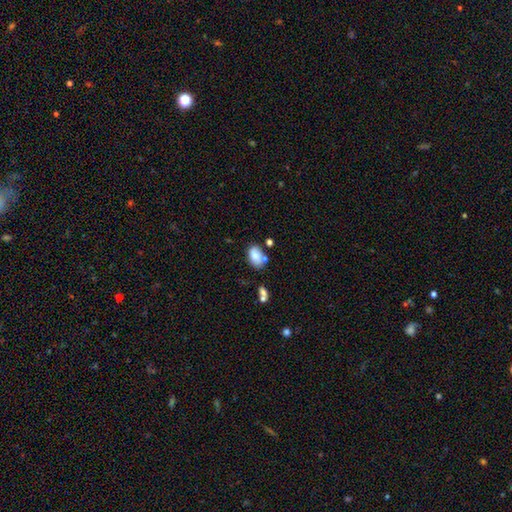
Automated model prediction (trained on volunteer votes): A smooth galaxy with no disk features (77%) that is in between round and cigar-shaped (89%).

Vote fractions:
- Smooth or featured? smooth: 77% / featured or disk: 15% / star or artifact: 8%
- How rounded? in between: 89% / round: 9% / cigar-shaped: 1%
- Merging? none: 57% / minor disturbance: 22% / merger: 15% / major disturbance: 6%